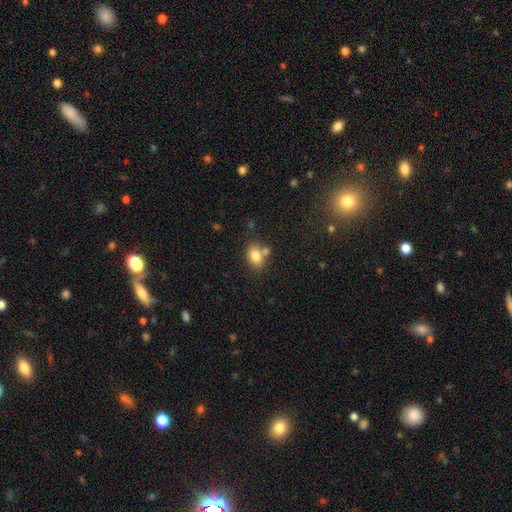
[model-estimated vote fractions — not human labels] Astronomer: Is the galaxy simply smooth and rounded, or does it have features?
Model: smooth — 81%.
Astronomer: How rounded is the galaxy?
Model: in between — 76%.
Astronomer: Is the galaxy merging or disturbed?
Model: none — 63%.